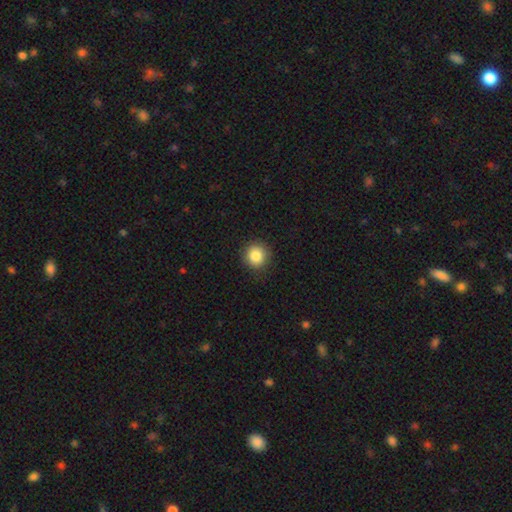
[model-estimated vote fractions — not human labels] smooth-or-featured: smooth: 86% | star or artifact: 10% | featured or disk: 5%
  how-rounded: round: 92% | in between: 7% | cigar-shaped: 1%
  merging: none: 90% | minor disturbance: 7% | major disturbance: 2% | merger: 1%